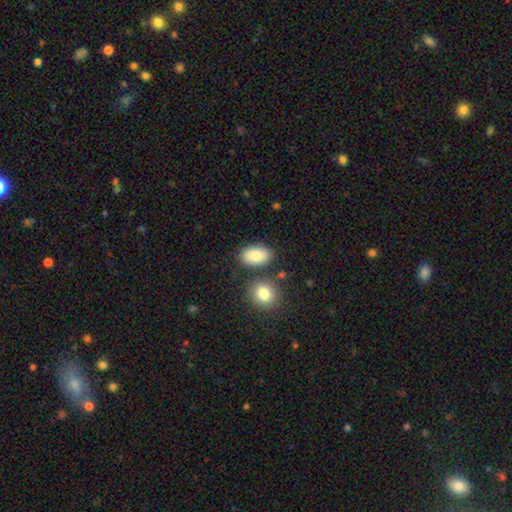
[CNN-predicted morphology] Smooth or featured? smooth (85%)
How rounded? in between (91%)
Merging? none (77%)